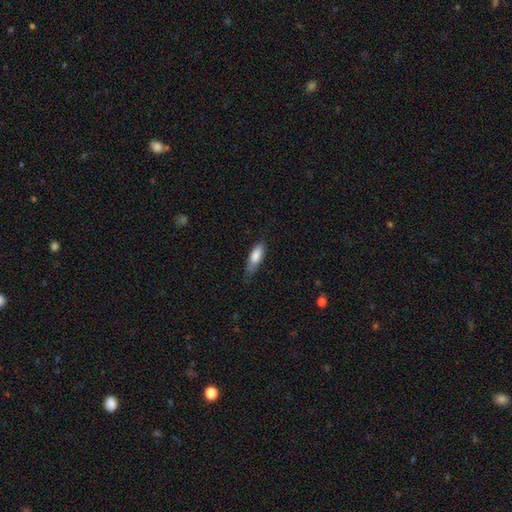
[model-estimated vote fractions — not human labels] Smooth or featured?
  - smooth: 82% *
  - featured or disk: 12%
  - star or artifact: 6%
How rounded?
  - in between: 60% *
  - cigar-shaped: 38%
  - round: 2%
Merging?
  - none: 61% *
  - minor disturbance: 31%
  - major disturbance: 7%
  - merger: 2%